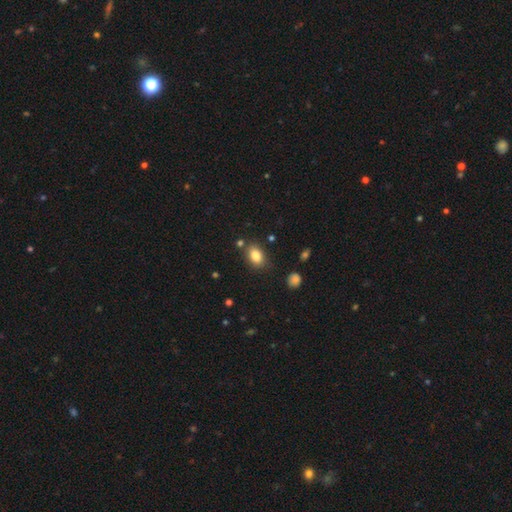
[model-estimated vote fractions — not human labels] This appears to be a smooth galaxy with no disk features (83%) that is in between round and cigar-shaped (80%). Merging: none (78%).